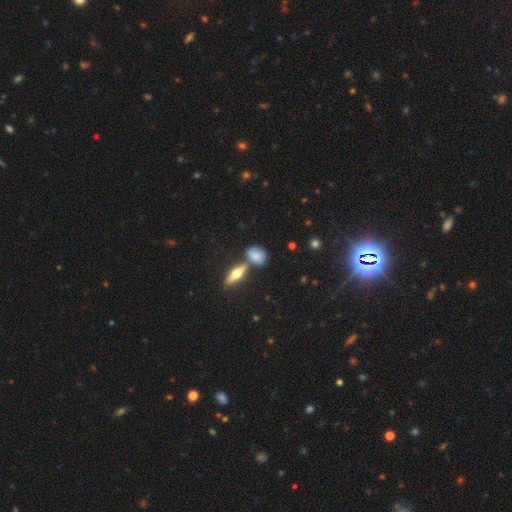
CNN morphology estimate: Q: Smooth or featured?
A: smooth (73%); runner-up: featured or disk (18%)
Q: How rounded?
A: in between (63%); runner-up: round (30%)
Q: Merging?
A: none (58%); runner-up: merger (20%)